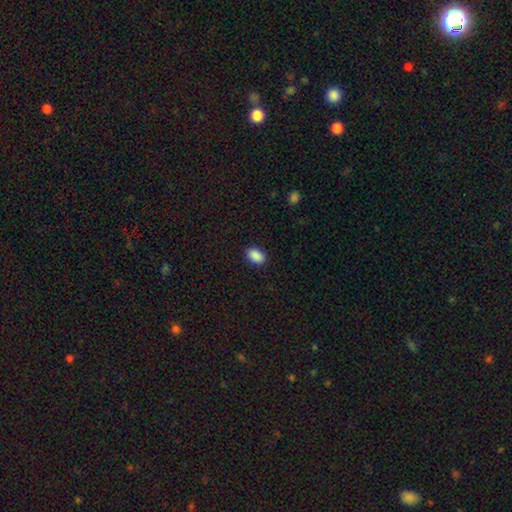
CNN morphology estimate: This appears to be a smooth galaxy with no disk features (90%) that is in between round and cigar-shaped (87%). Merging: none (89%).